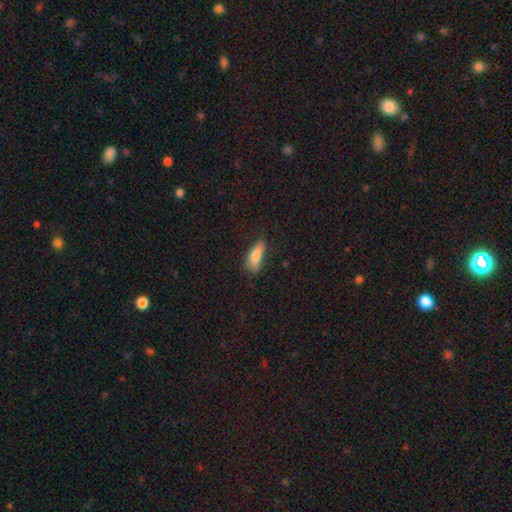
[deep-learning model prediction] This is clearly a smooth galaxy (80%). How rounded: likely in between (66%). Merging: possibly none (53%).